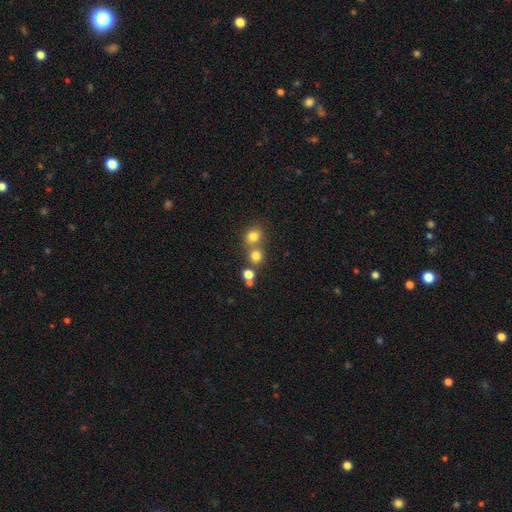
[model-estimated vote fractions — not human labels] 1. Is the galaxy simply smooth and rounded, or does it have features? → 75% smooth, 16% star or artifact, 9% featured or disk.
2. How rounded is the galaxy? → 85% round, 14% in between, 1% cigar-shaped.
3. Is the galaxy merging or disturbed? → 53% none, 38% merger, 6% minor disturbance, 3% major disturbance.